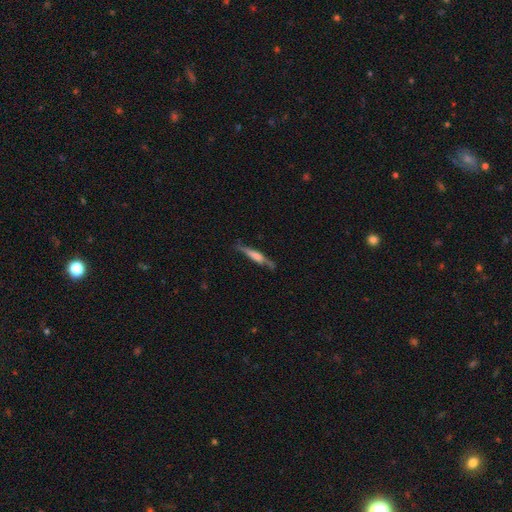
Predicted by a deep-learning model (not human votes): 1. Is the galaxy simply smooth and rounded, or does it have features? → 61% featured or disk, 32% smooth, 7% star or artifact.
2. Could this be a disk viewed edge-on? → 94% yes, 6% no.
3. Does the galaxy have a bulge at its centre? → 42% rounded, 41% boxy, 17% none.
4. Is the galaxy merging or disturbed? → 75% none, 18% minor disturbance, 4% major disturbance, 2% merger.